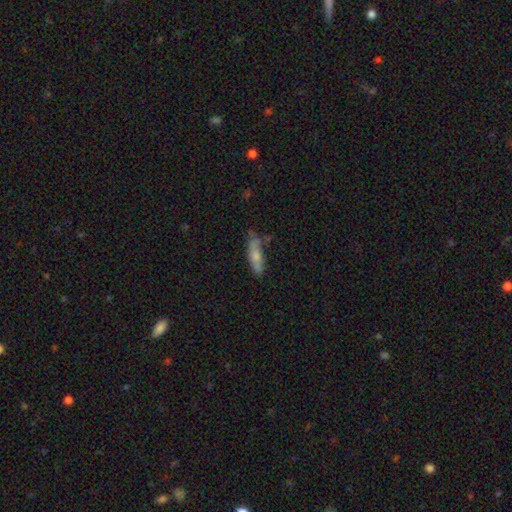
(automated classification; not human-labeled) A smooth galaxy with no disk features (66%) that is cigar-shaped (58%). Merging: none (58%).